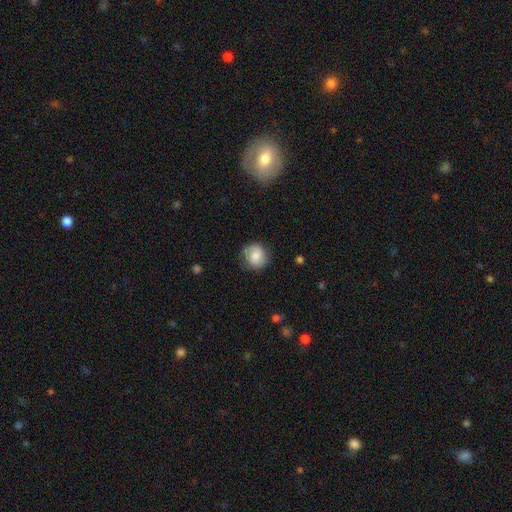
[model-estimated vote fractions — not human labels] This is likely a smooth galaxy (66%). How rounded: clearly round (84%). Merging: likely none (77%).